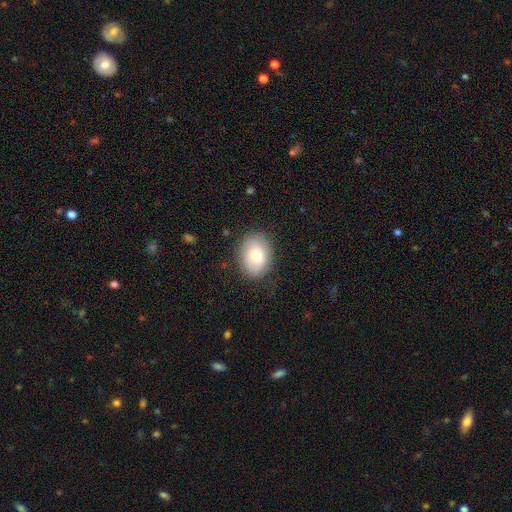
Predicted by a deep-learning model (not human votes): Smooth or featured?
  - smooth: 72% *
  - featured or disk: 20%
  - star or artifact: 8%
How rounded?
  - in between: 65% *
  - round: 34%
  - cigar-shaped: 1%
Merging?
  - none: 82% *
  - minor disturbance: 13%
  - major disturbance: 4%
  - merger: 1%